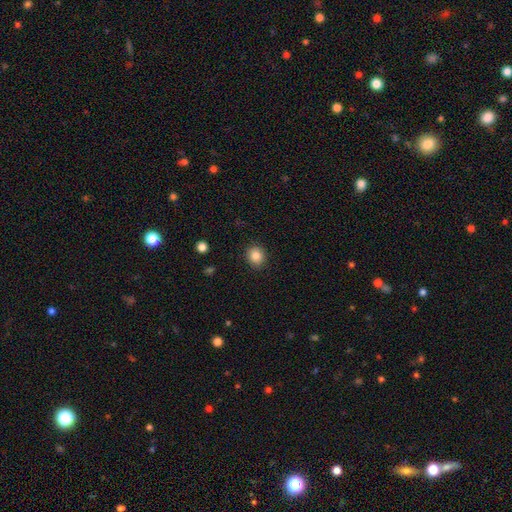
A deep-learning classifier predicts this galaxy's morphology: Smooth or featured? smooth (85%)
How rounded? round (74%)
Merging? none (89%)